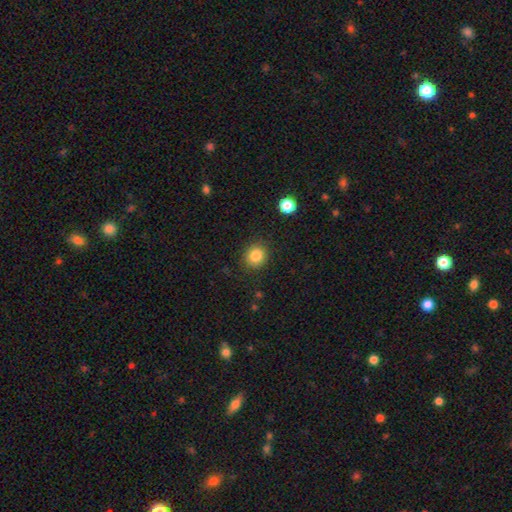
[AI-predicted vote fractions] Smooth or featured: smooth — 84% (star or artifact — 10%)
How rounded: round — 85% (in between — 14%)
Merging: none — 88% (minor disturbance — 8%)